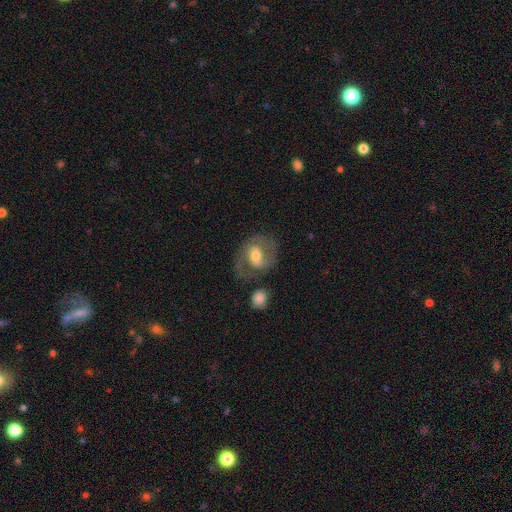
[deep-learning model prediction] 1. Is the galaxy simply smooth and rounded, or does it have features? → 67% featured or disk, 26% smooth, 7% star or artifact.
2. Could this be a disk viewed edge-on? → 96% no, 4% yes.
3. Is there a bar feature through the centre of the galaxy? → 46% weak, 35% no, 19% strong.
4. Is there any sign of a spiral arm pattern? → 82% yes, 18% no.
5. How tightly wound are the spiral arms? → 52% medium, 27% tight, 21% loose.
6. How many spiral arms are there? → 80% 2, 9% can't tell, 7% 1, 2% 3, 1% 4, 1% more than 4.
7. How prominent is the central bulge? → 66% moderate, 17% small, 13% large, 2% none, 1% dominant.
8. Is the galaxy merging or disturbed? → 61% none, 20% minor disturbance, 14% major disturbance, 6% merger.